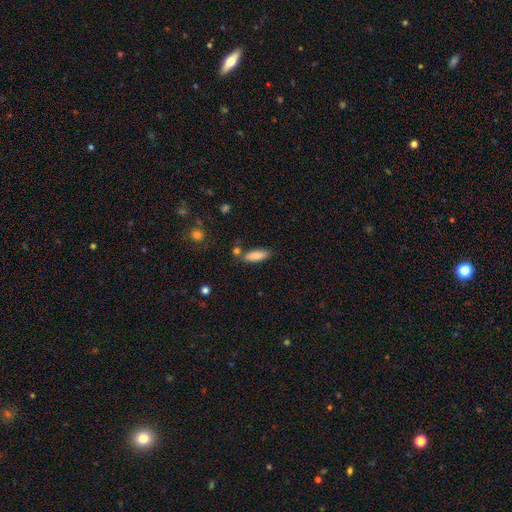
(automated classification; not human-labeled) A smooth galaxy with no disk features (86%) that is in between round and cigar-shaped (57%). Merging: none (76%).